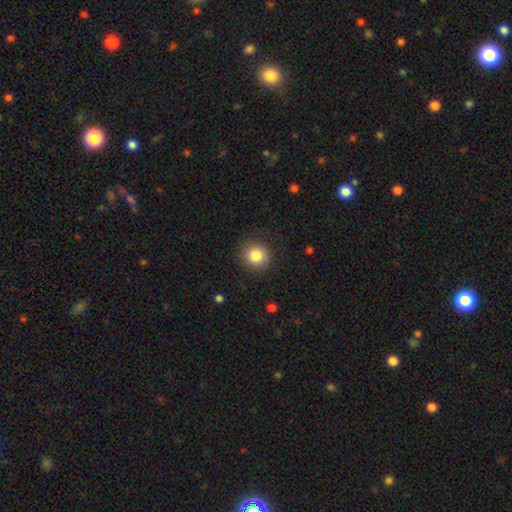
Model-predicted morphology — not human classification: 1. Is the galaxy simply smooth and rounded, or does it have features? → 84% smooth, 10% star or artifact, 7% featured or disk.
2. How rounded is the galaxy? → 90% round, 9% in between, 1% cigar-shaped.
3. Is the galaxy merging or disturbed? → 89% none, 8% minor disturbance, 3% major disturbance, 1% merger.